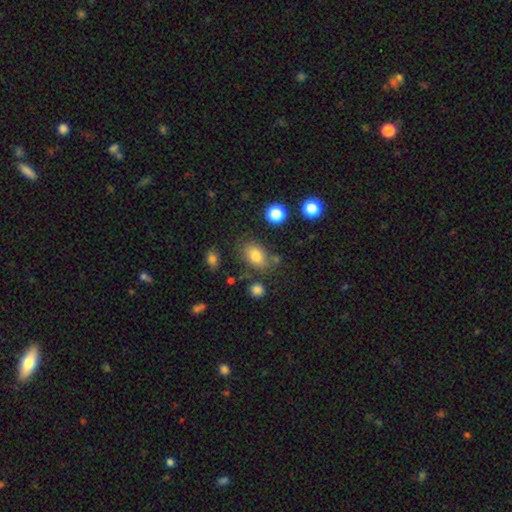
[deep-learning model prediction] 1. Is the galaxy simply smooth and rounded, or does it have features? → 79% smooth, 11% star or artifact, 10% featured or disk.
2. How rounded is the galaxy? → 83% in between, 15% round, 2% cigar-shaped.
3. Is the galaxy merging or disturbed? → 71% none, 16% minor disturbance, 7% merger, 5% major disturbance.